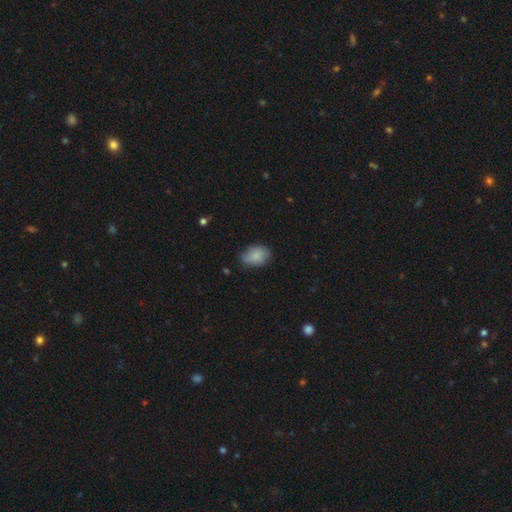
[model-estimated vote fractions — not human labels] smooth 83%, featured or disk 10%, star or artifact 7%. Down the decision tree: how rounded — in between (80%); merging — none (69%).